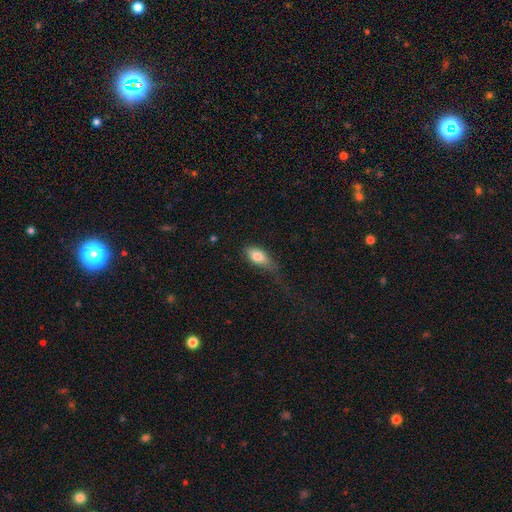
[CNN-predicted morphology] smooth_or_featured: smooth (p=0.79) [alt: featured or disk p=0.13]
how_rounded: in between (p=0.85) [alt: cigar-shaped p=0.10]
merging: none (p=0.38) [alt: minor disturbance p=0.34]